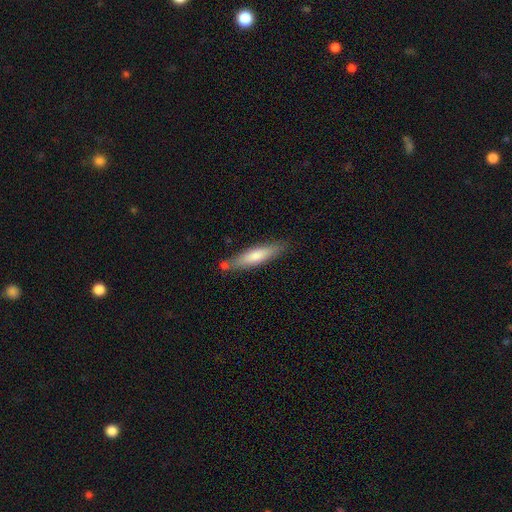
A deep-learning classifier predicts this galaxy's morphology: smooth_or_featured: smooth (p=0.63) [alt: featured or disk p=0.31]
how_rounded: cigar-shaped (p=0.83) [alt: in between p=0.16]
merging: none (p=0.78) [alt: minor disturbance p=0.14]